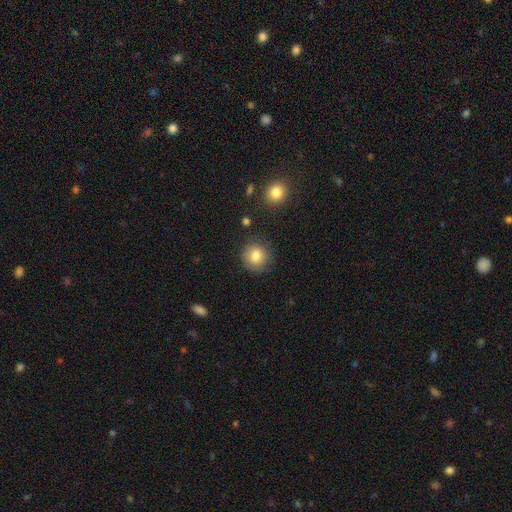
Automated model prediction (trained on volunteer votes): This appears to be a smooth galaxy with no disk features (80%) that is round (89%). Merging: none (82%).